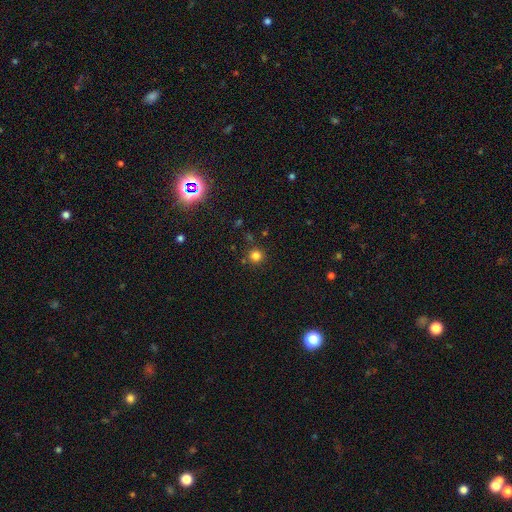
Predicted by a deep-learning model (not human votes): smooth-or-featured: smooth: 80% | star or artifact: 16% | featured or disk: 5%
  how-rounded: round: 95% | in between: 4% | cigar-shaped: 1%
  merging: none: 87% | minor disturbance: 7% | merger: 4% | major disturbance: 2%